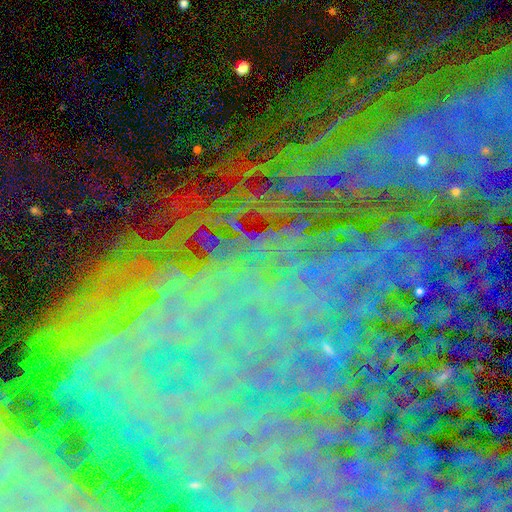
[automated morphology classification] Smooth or featured: star or artifact — 77% (featured or disk — 14%)